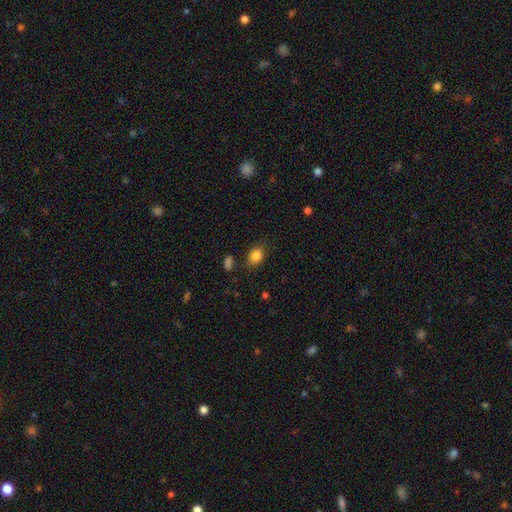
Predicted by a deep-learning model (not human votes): This appears to be a smooth galaxy with no disk features (84%) that is in between round and cigar-shaped (57%). Merging: none (77%).